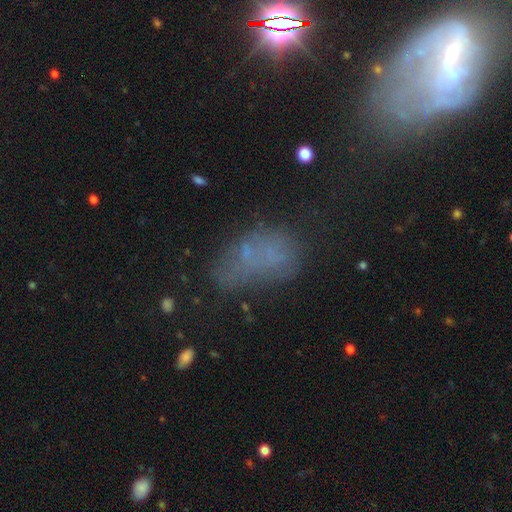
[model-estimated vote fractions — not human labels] This is marginally a smooth galaxy (42%). Merging: marginally none (40%).